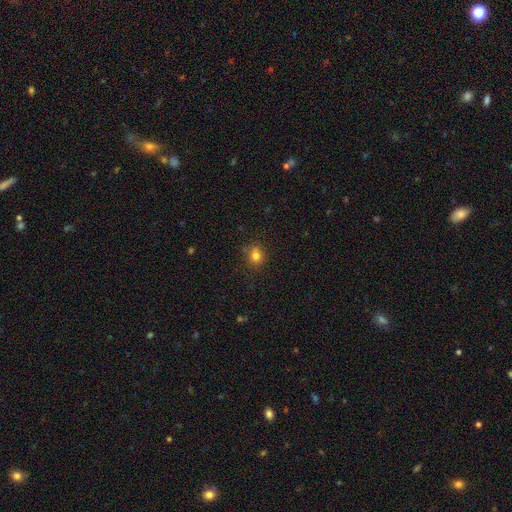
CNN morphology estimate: This is clearly a smooth galaxy (80%). How rounded: likely round (72%). Merging: likely none (77%).